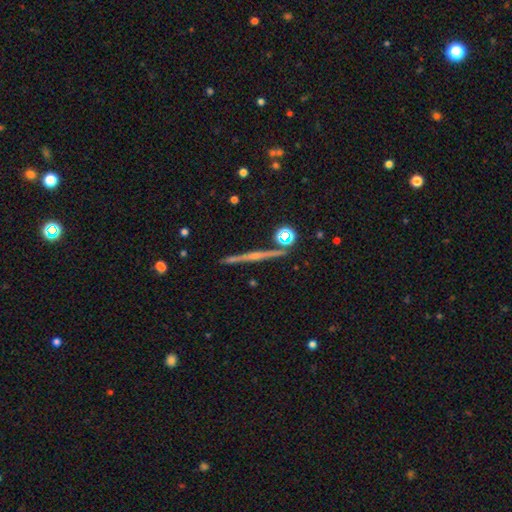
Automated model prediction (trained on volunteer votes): Smooth or featured? featured or disk (79%)
Edge-on disk? yes (98%)
Edge-on bulge? rounded (75%)
Merging? none (89%)